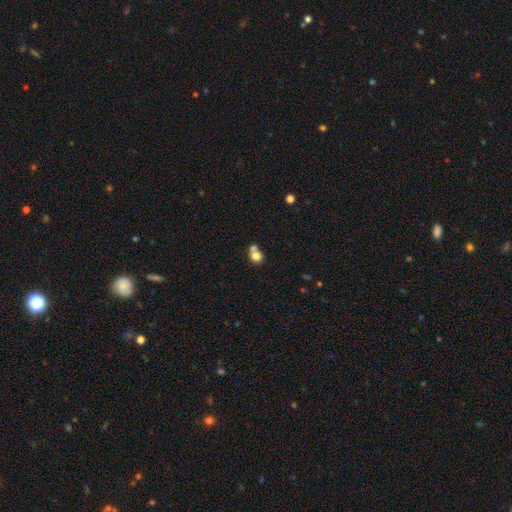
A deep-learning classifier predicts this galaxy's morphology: Smooth or featured: smooth — 78% (featured or disk — 11%)
How rounded: round — 78% (in between — 21%)
Merging: merger — 49% (none — 39%)